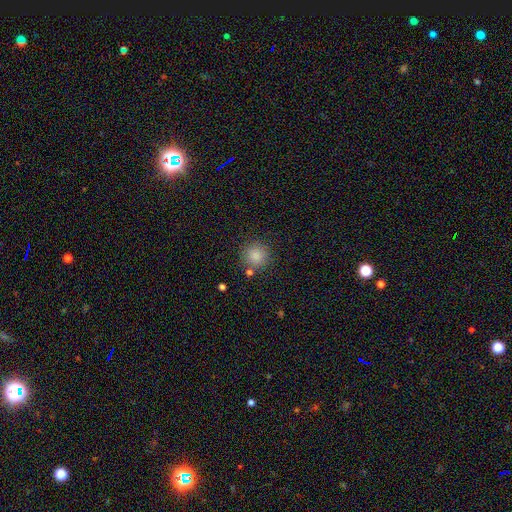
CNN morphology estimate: A smooth galaxy with no disk features (85%) that is round (93%).

Vote fractions:
- Smooth or featured? smooth: 85% / star or artifact: 11% / featured or disk: 5%
- How rounded? round: 93% / in between: 6% / cigar-shaped: 1%
- Merging? none: 82% / minor disturbance: 9% / merger: 6% / major disturbance: 3%